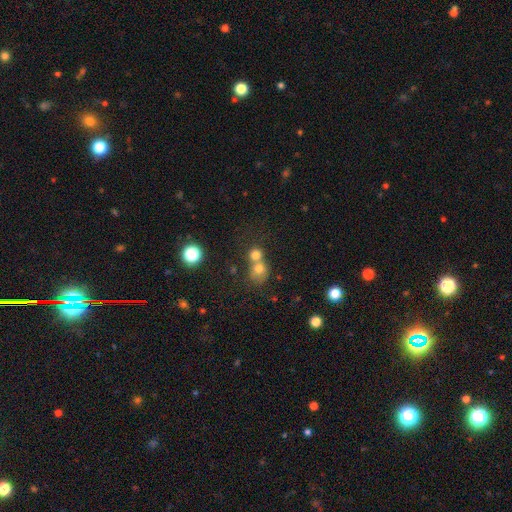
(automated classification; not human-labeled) Smooth or featured? Predicted: smooth (p=0.73). How rounded? Predicted: round (p=0.78). Merging? Predicted: merger (p=0.57).